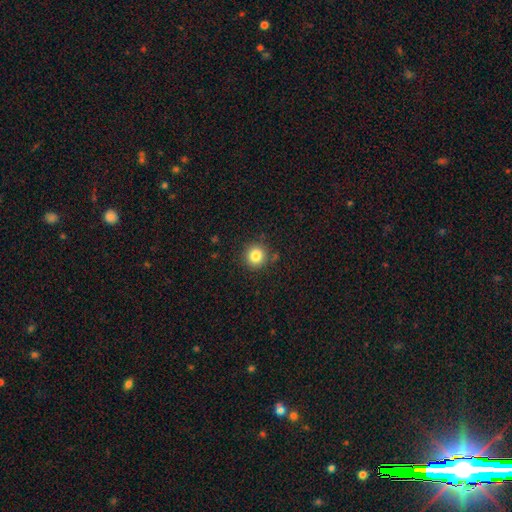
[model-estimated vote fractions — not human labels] smooth 83%, star or artifact 11%, featured or disk 6%. Down the decision tree: how rounded — round (93%); merging — none (87%).